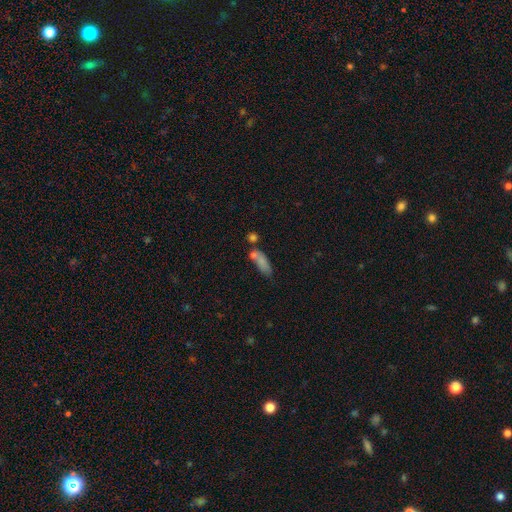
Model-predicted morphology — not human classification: The model was most divided on "how rounded": in between: 54%, cigar-shaped: 40%, round: 6%. More confident: smooth or featured — smooth (68%); merging — none (51%).